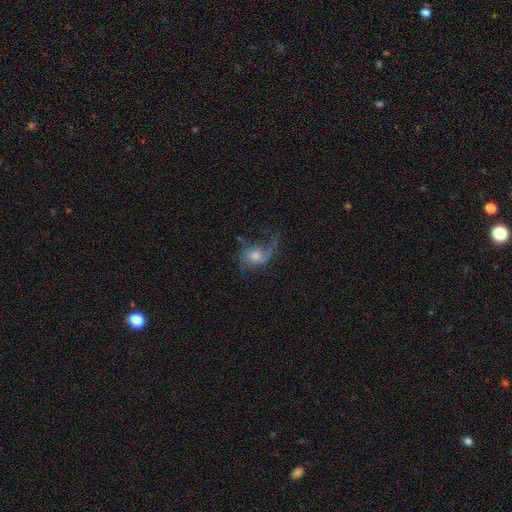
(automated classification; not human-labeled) Overall: featured or disk (69%). Edge-on disk: no (96%). Bar: no (69%). Spiral arms: yes (90%). Spiral arm count: 2 (58%; 1 32%). Spiral winding: loose (69%). Bulge size: moderate (54%; small 26%). Merging: none (47%; major disturbance 30%).